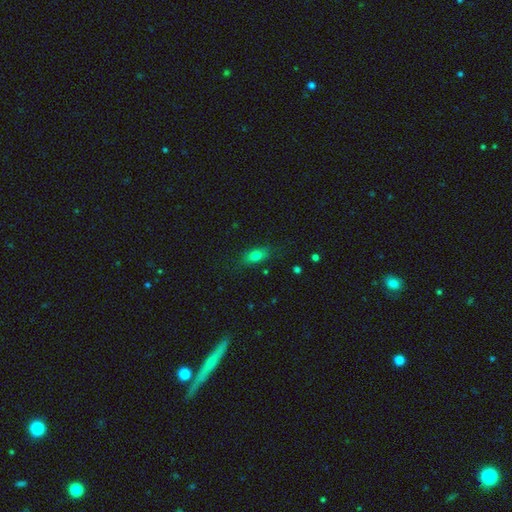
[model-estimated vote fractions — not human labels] smooth-or-featured: smooth: 75% | featured or disk: 15% | star or artifact: 10%
  how-rounded: in between: 78% | cigar-shaped: 14% | round: 7%
  merging: none: 80% | minor disturbance: 15% | major disturbance: 4% | merger: 2%